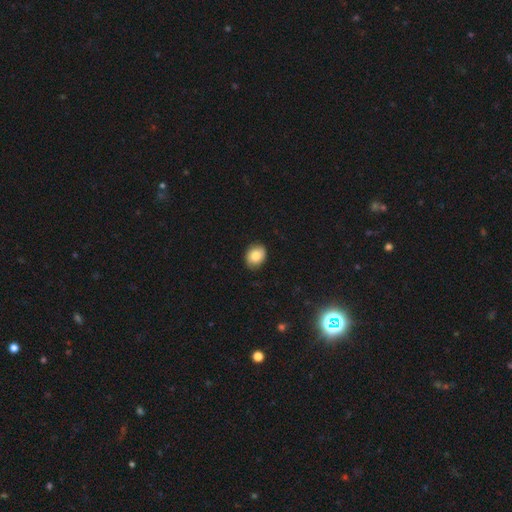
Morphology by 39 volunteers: Smooth or featured? smooth (79%)
How rounded? in between (74%)
Merging? none (83%)